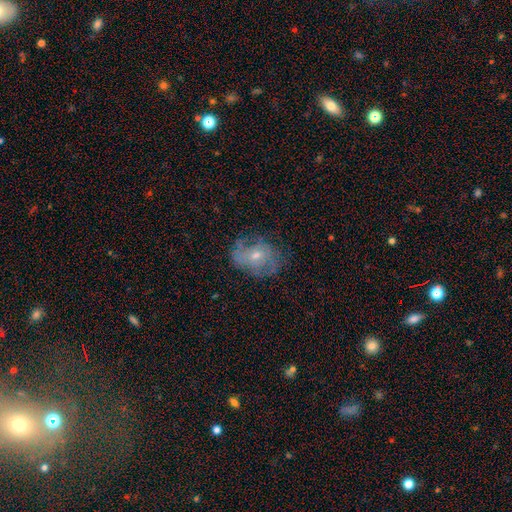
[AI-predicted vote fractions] The model was most divided on "bulge size": small: 51%, moderate: 44%, none: 2%, large: 2%, dominant: 1%. More confident: edge-on disk — no (96%); bar — no (70%); spiral arms — yes (69%); merging — none (65%); smooth or featured — featured or disk (59%).